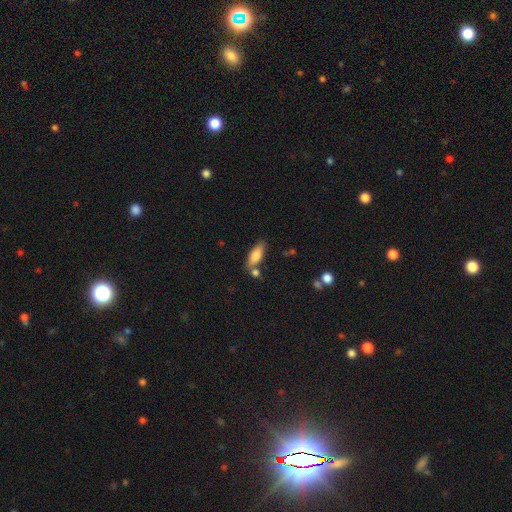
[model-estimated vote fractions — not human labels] Morphology: type=smooth (82%); roundness=in between (75%); merging=none (67%).